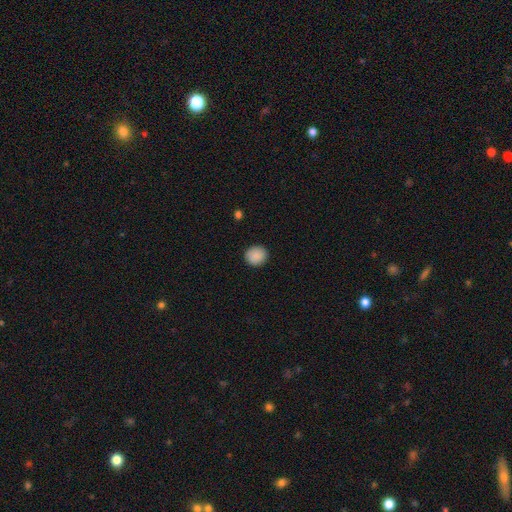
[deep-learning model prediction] A smooth galaxy with no disk features (90%) that is round (88%). Merging: none (91%).